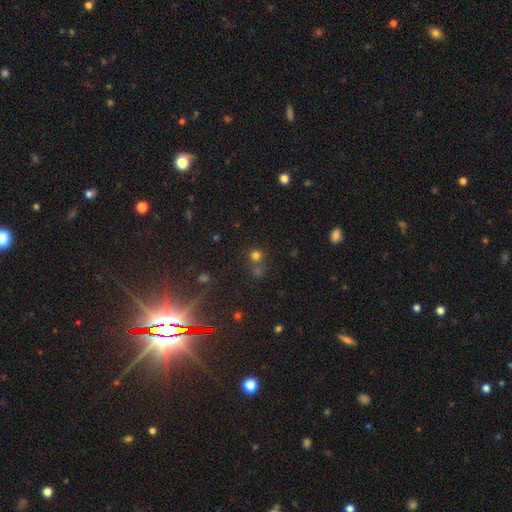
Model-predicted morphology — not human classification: Smooth or featured? Predicted: smooth (p=0.68). How rounded? Predicted: round (p=0.90). Merging? Predicted: none (p=0.64).